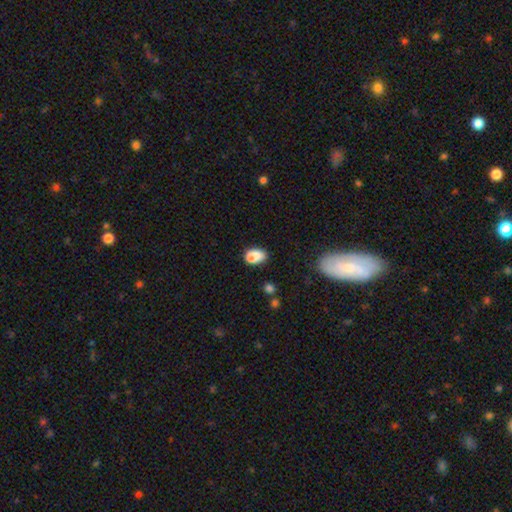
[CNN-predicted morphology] This appears to be a smooth galaxy with no disk features (80%) that is in between round and cigar-shaped (78%). Merging: none (49%).